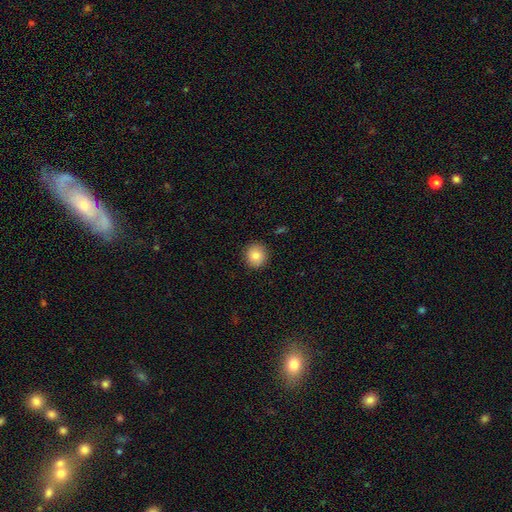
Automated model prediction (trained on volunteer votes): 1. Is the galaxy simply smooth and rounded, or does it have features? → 85% smooth, 9% star or artifact, 6% featured or disk.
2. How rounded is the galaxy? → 91% round, 8% in between, 1% cigar-shaped.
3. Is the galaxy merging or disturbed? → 91% none, 6% minor disturbance, 2% major disturbance, 1% merger.